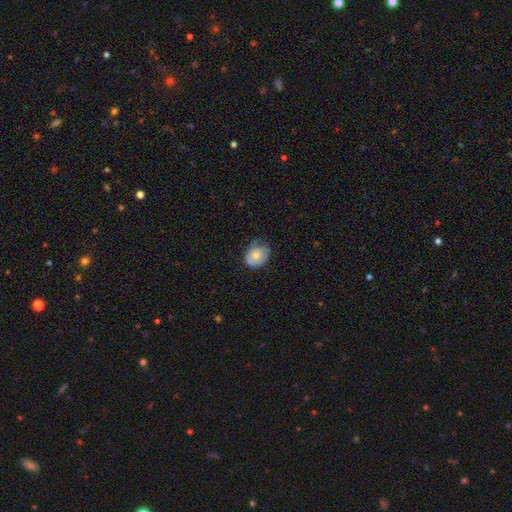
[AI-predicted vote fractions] Smooth or featured? smooth (71%)
How rounded? round (50%)
Merging? none (60%)